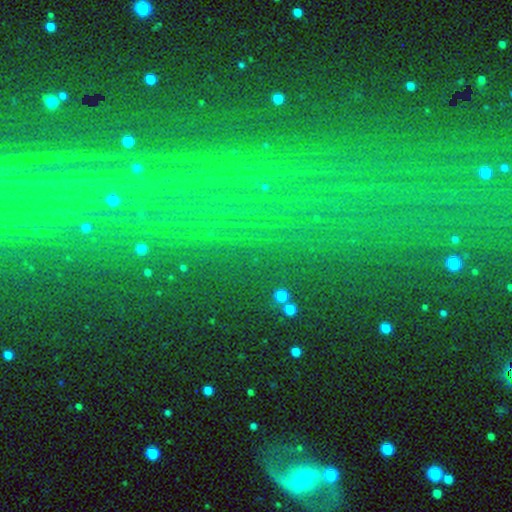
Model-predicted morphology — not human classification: A star or artifact, not a galaxy (81%).